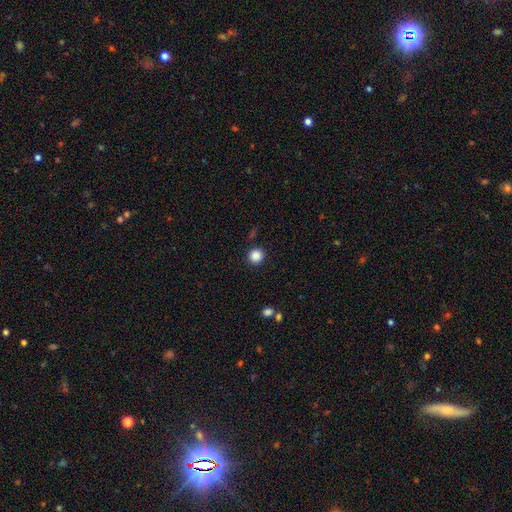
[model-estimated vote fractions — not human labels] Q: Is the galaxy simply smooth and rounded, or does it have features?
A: smooth — 87%.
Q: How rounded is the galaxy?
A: round — 94%.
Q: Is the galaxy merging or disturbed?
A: none — 90%.